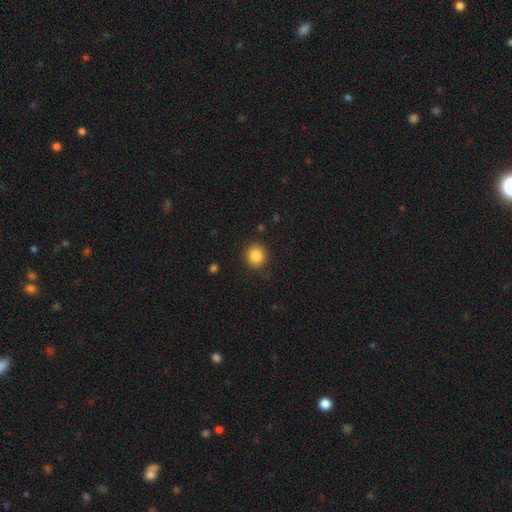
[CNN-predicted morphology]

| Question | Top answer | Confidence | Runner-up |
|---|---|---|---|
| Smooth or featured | smooth | 86% | star or artifact (10%) |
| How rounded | round | 89% | in between (10%) |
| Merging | none | 88% | minor disturbance (8%) |